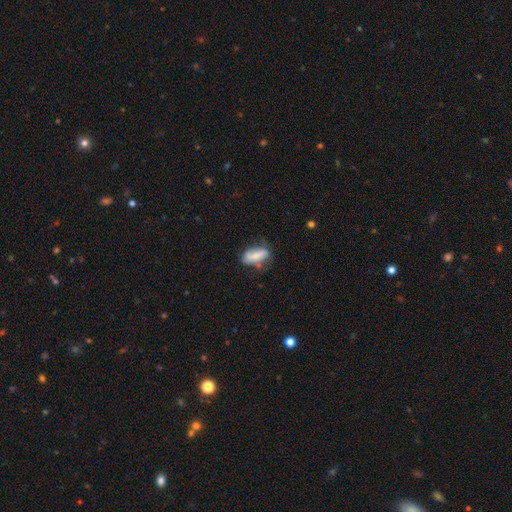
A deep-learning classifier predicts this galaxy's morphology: smooth-or-featured: smooth: 60% | featured or disk: 32% | star or artifact: 8%
  how-rounded: in between: 81% | cigar-shaped: 16% | round: 4%
  merging: none: 55% | minor disturbance: 29% | major disturbance: 11% | merger: 4%